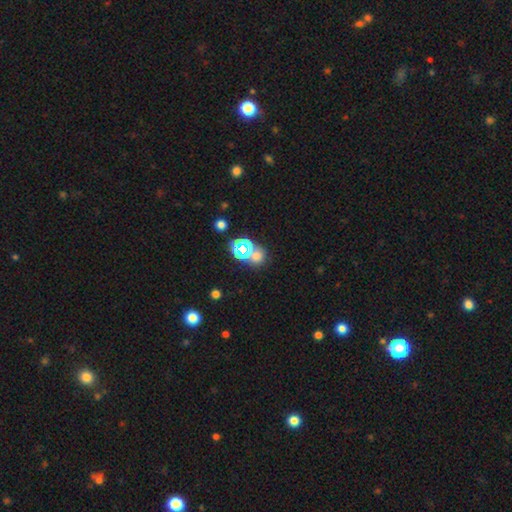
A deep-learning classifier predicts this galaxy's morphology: A smooth galaxy with no disk features (54%) that is round (72%).

Vote fractions:
- Smooth or featured? smooth: 54% / star or artifact: 36% / featured or disk: 10%
- How rounded? round: 72% / in between: 27% / cigar-shaped: 1%
- Merging? none: 54% / merger: 32% / minor disturbance: 9% / major disturbance: 5%